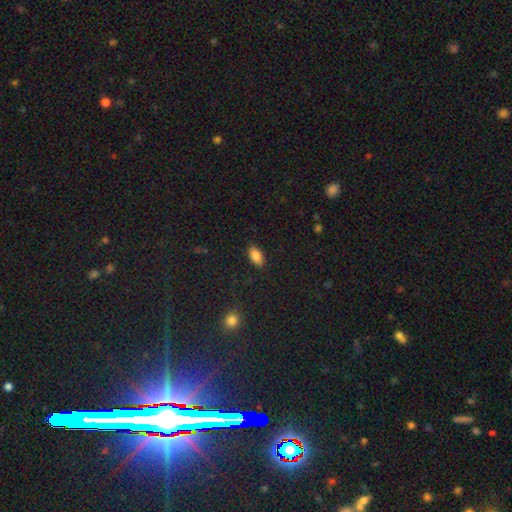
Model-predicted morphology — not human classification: type=smooth (85%); roundness=in between (92%); merging=none (86%).